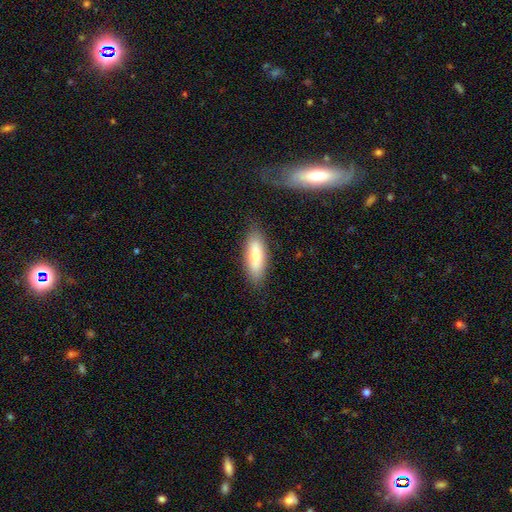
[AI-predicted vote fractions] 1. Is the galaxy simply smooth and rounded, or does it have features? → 72% smooth, 21% featured or disk, 6% star or artifact.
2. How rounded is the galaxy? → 57% in between, 41% cigar-shaped, 2% round.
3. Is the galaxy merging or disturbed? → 83% none, 12% minor disturbance, 3% major disturbance, 1% merger.